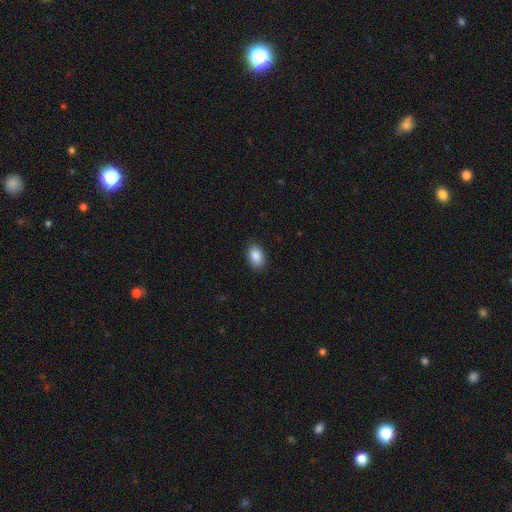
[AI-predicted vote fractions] The model was most divided on "how rounded": in between: 87%, round: 12%, cigar-shaped: 1%. More confident: smooth or featured — smooth (88%); merging — none (88%).